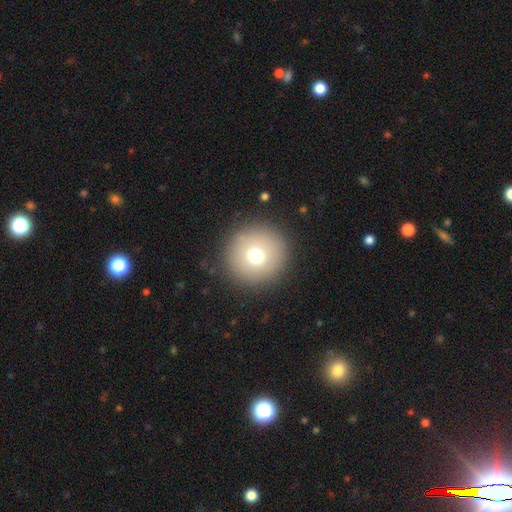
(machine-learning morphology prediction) This is likely a smooth galaxy (71%). How rounded: clearly round (96%). Merging: clearly none (90%).